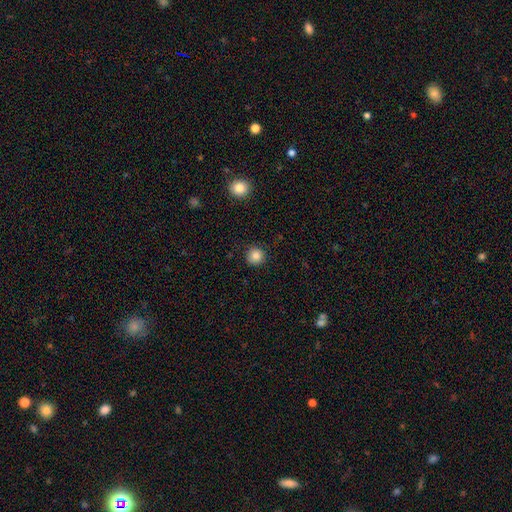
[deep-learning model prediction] Smooth or featured: smooth — 85% (star or artifact — 11%)
How rounded: round — 94% (in between — 5%)
Merging: none — 90% (minor disturbance — 6%)